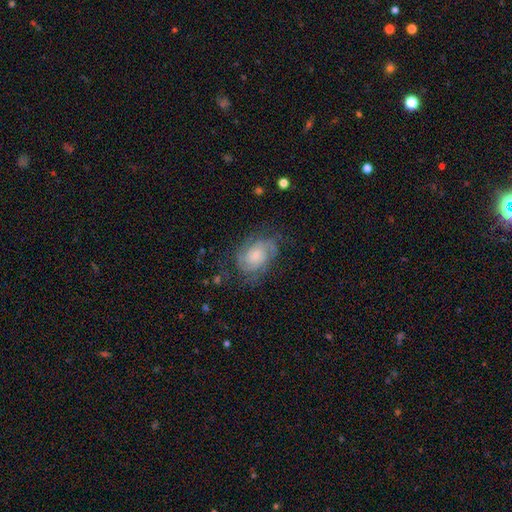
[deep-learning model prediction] A featured or disk galaxy (72%) with no bar (73%), 2 (40%) tight (55%) spiral arms (92%) and a small central bulge (59%).

Vote fractions:
- Smooth or featured? featured or disk: 72% / smooth: 20% / star or artifact: 8%
- Edge-on disk? no: 97% / yes: 3%
- Bar? no: 73% / weak: 24% / strong: 4%
- Spiral arms? yes: 92% / no: 8%
- Spiral winding? tight: 55% / medium: 35% / loose: 11%
- Spiral arm count? 2: 40% / can't tell: 31% / 3: 15% / 4: 5% / 1: 5% / more than 4: 4%
- Bulge size? small: 59% / moderate: 28% / none: 7% / large: 4% / dominant: 2%
- Merging? none: 63% / minor disturbance: 22% / major disturbance: 14% / merger: 1%